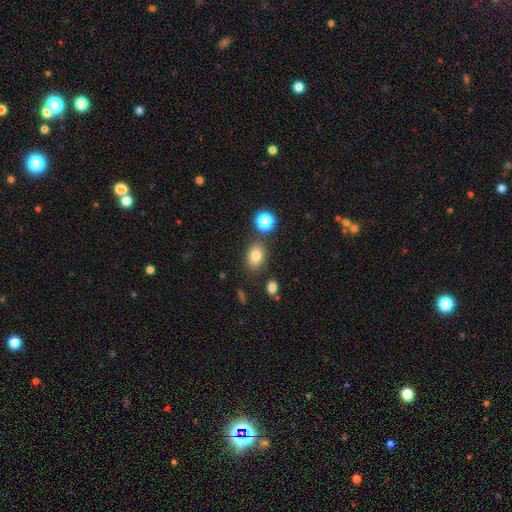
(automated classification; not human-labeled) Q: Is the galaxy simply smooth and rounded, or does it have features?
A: smooth — 80%.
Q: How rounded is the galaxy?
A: in between — 74%.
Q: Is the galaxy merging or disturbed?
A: none — 79%.